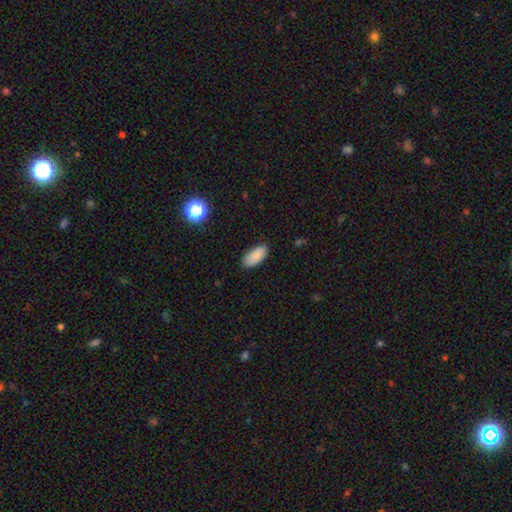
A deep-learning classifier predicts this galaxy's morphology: The model was most divided on "merging": none: 83%, minor disturbance: 14%, major disturbance: 3%, merger: 1%. More confident: how rounded — in between (90%); smooth or featured — smooth (87%).